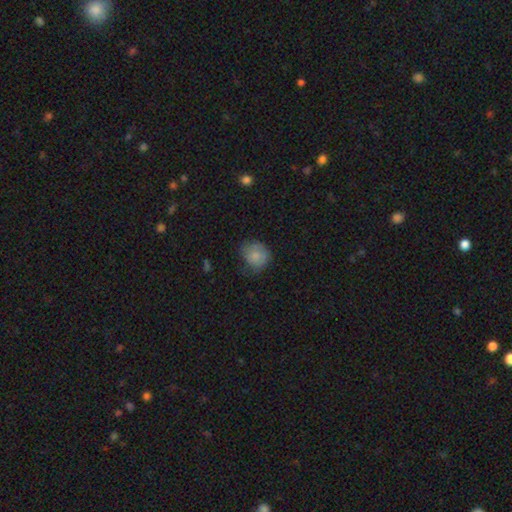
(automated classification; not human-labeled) smooth_or_featured: smooth (p=0.80) [alt: featured or disk p=0.12]
how_rounded: round (p=0.76) [alt: in between p=0.23]
merging: none (p=0.59) [alt: minor disturbance p=0.30]